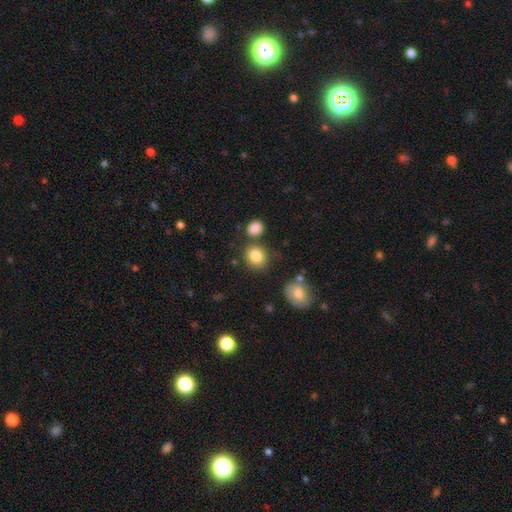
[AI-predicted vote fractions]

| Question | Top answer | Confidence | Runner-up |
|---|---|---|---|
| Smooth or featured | smooth | 84% | star or artifact (10%) |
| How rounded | round | 74% | in between (25%) |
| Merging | none | 74% | minor disturbance (12%) |